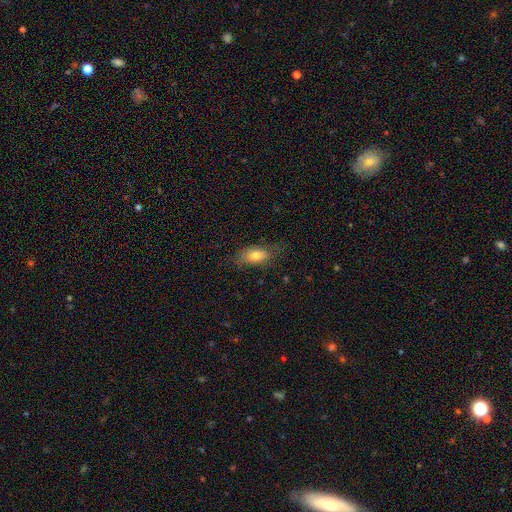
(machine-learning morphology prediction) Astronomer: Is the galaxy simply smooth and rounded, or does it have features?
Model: smooth — 74%.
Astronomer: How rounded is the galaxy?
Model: in between — 86%.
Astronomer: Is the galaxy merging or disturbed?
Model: none — 68%.